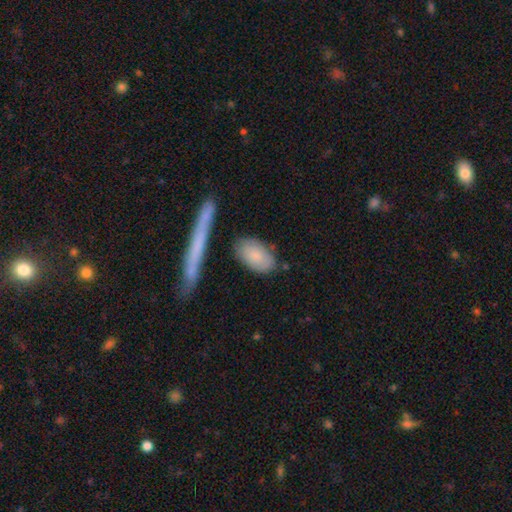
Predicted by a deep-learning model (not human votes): Morphology: type=smooth (78%); roundness=in between (89%); merging=none (73%).